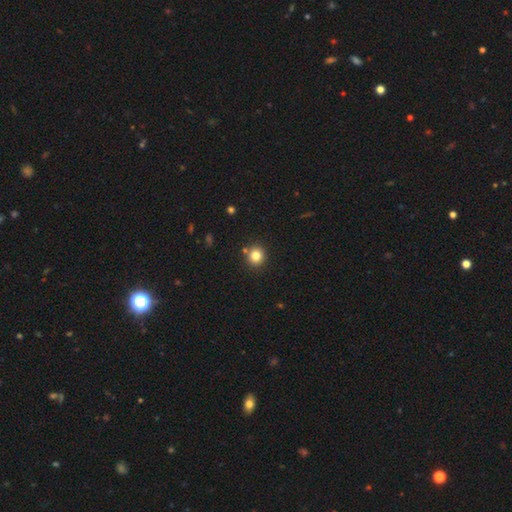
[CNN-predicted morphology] Smooth or featured?
  - smooth: 81% *
  - star or artifact: 13%
  - featured or disk: 7%
How rounded?
  - round: 87% *
  - in between: 12%
  - cigar-shaped: 1%
Merging?
  - none: 83% *
  - minor disturbance: 8%
  - merger: 7%
  - major disturbance: 2%